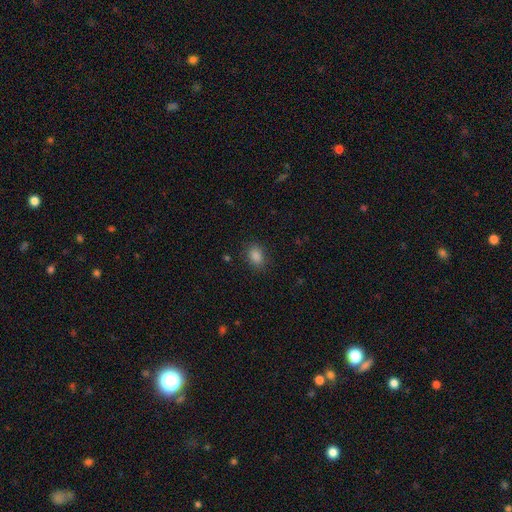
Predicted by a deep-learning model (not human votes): smooth-or-featured: smooth: 84% | star or artifact: 12% | featured or disk: 4%
  how-rounded: in between: 74% | round: 24% | cigar-shaped: 1%
  merging: none: 85% | minor disturbance: 11% | major disturbance: 3% | merger: 1%